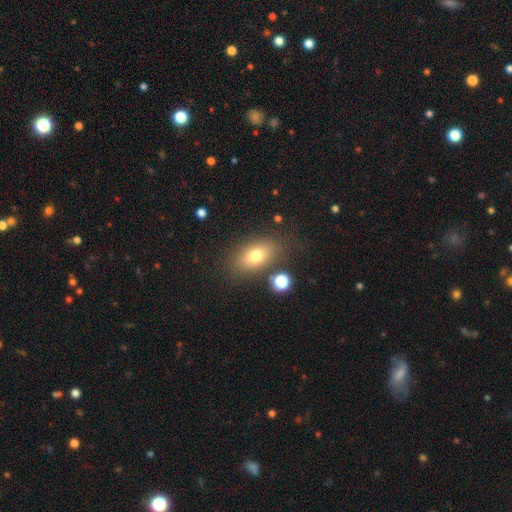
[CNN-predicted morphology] This is likely a smooth galaxy (75%). How rounded: clearly in between (84%). Merging: likely none (78%).